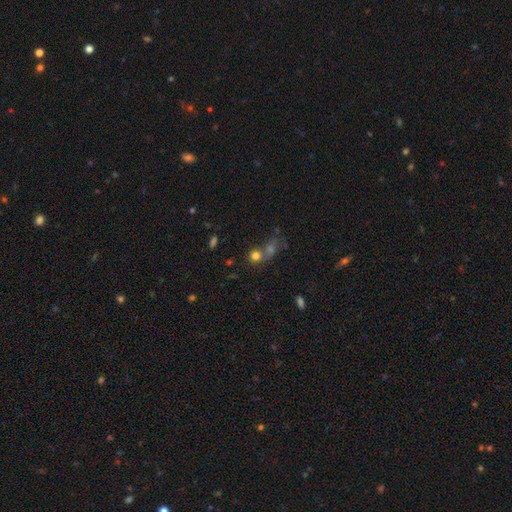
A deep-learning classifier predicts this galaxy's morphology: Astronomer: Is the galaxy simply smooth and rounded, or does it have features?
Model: smooth — 72%.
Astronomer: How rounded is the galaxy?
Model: round — 81%.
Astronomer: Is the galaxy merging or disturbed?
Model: none — 43%, tied with merger at 43%.